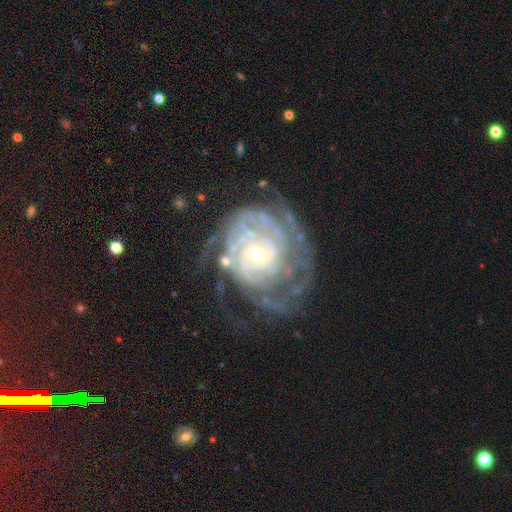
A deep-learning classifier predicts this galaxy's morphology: smooth-or-featured: featured or disk: 89% | star or artifact: 6% | smooth: 6%
  disk-edge-on: no: 97% | yes: 3%
    bar: no: 70% | weak: 24% | strong: 7%
    has-spiral-arms: yes: 95% | no: 5%
      spiral-winding: tight: 75% | medium: 20% | loose: 5%
      spiral-arm-count: can't tell: 36% | 2: 17% | 3: 16% | 4: 14% | more than 4: 10% | 1: 7%
    bulge-size: small: 58% | moderate: 37% | large: 3% | none: 1% | dominant: 1%
  merging: none: 56% | major disturbance: 20% | minor disturbance: 20% | merger: 3%